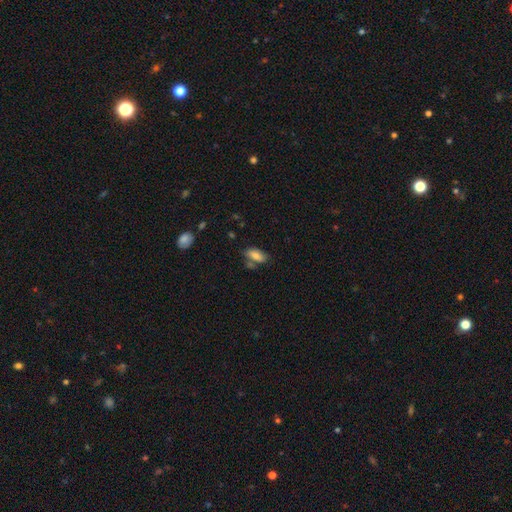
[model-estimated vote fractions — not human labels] Smooth or featured?
  - smooth: 79% *
  - featured or disk: 13%
  - star or artifact: 8%
How rounded?
  - in between: 88% *
  - cigar-shaped: 9%
  - round: 3%
Merging?
  - none: 59% *
  - minor disturbance: 20%
  - merger: 15%
  - major disturbance: 6%